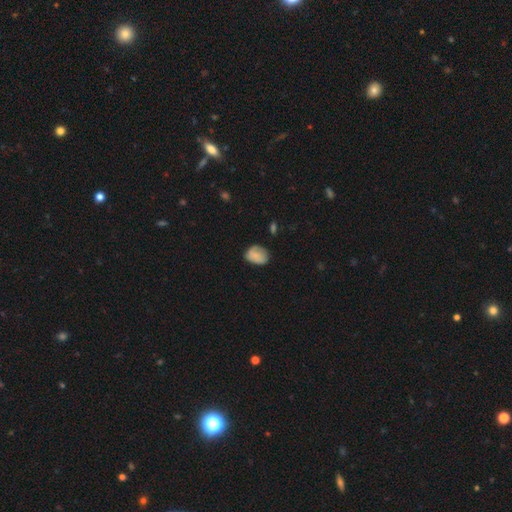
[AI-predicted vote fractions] Q: Smooth or featured?
A: smooth (77%); runner-up: featured or disk (15%)
Q: How rounded?
A: in between (66%); runner-up: round (33%)
Q: Merging?
A: none (58%); runner-up: minor disturbance (31%)